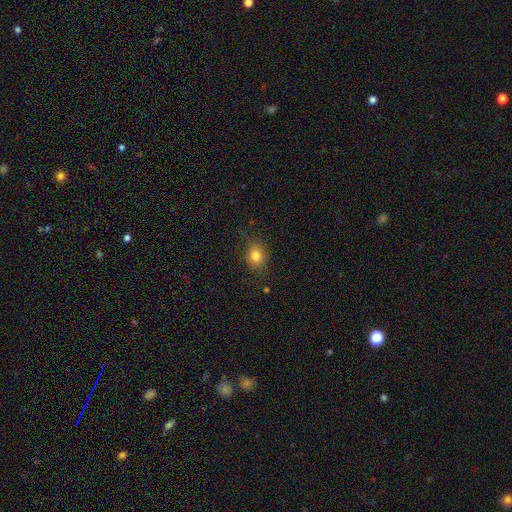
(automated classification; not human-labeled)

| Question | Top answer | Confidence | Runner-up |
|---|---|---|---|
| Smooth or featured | smooth | 80% | star or artifact (12%) |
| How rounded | round | 54% | in between (45%) |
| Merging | none | 76% | minor disturbance (17%) |